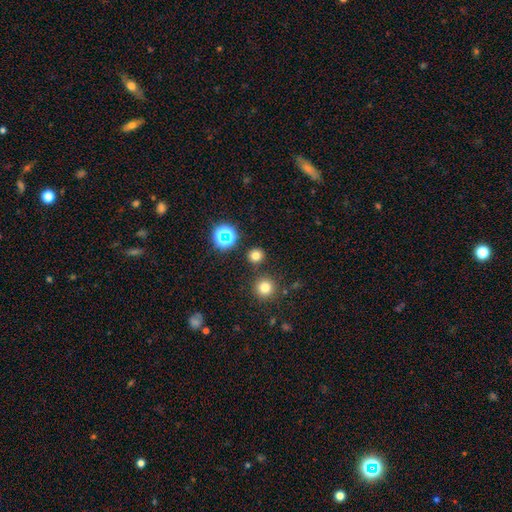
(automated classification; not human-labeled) Smooth or featured? smooth (70%)
How rounded? round (92%)
Merging? none (85%)